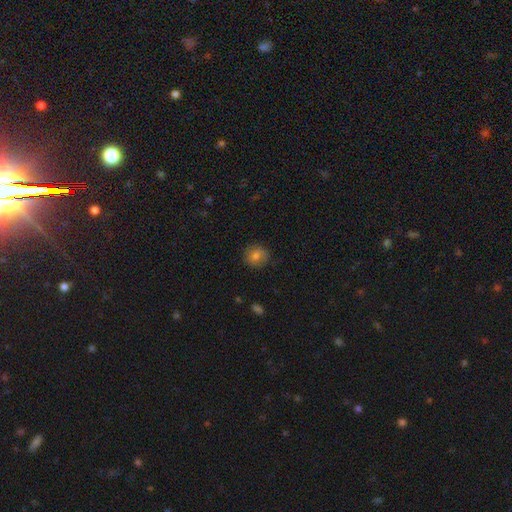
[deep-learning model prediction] Morphology: type=smooth (79%); roundness=round (85%); merging=none (84%).